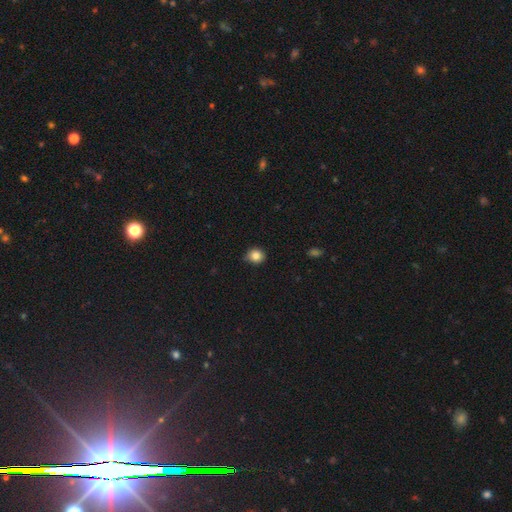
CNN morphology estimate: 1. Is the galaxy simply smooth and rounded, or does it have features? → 84% smooth, 11% star or artifact, 5% featured or disk.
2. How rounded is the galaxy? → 80% round, 19% in between, 1% cigar-shaped.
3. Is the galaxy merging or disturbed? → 76% none, 20% minor disturbance, 3% major disturbance, 1% merger.